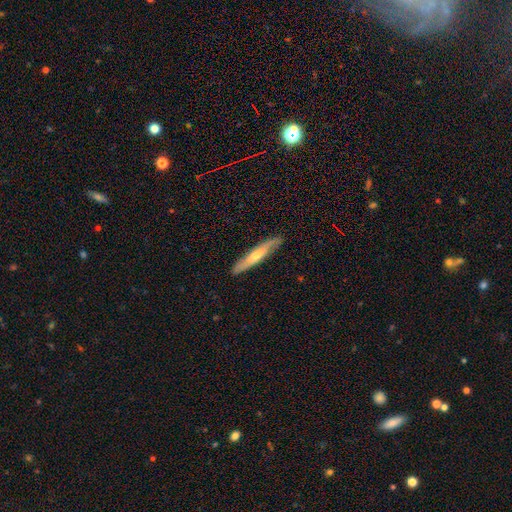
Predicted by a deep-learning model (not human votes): Smooth or featured: featured or disk — 48% (smooth — 46%)
Merging: none — 87% (minor disturbance — 10%)